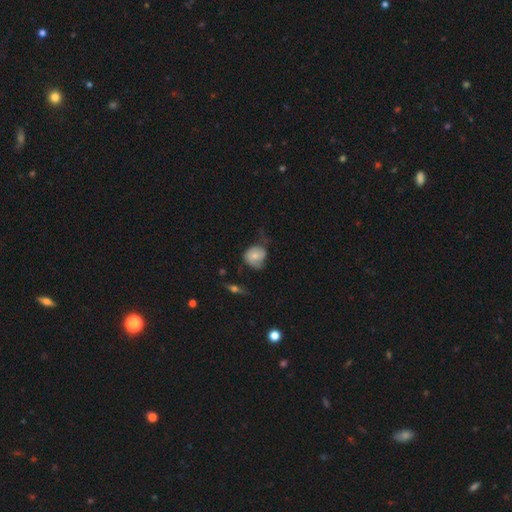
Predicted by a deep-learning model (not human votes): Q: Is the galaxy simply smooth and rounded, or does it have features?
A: smooth — 59%.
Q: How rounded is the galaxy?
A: round — 64%.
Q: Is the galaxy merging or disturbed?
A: minor disturbance — 39%.